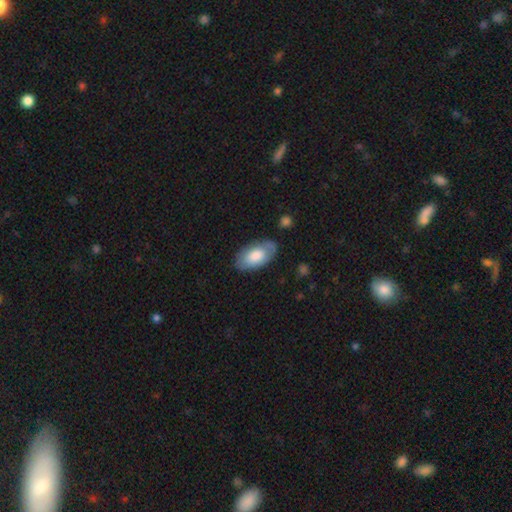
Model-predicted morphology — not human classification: smooth_or_featured: smooth (p=0.74) [alt: featured or disk p=0.20]
how_rounded: in between (p=0.95) [alt: round p=0.03]
merging: none (p=0.76) [alt: minor disturbance p=0.18]